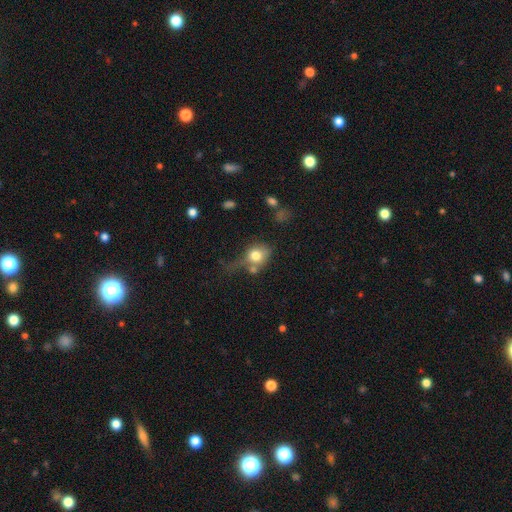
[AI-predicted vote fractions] A smooth galaxy with no disk features (73%) that is round (58%).

Vote fractions:
- Smooth or featured? smooth: 73% / featured or disk: 17% / star or artifact: 10%
- How rounded? round: 58% / in between: 40% / cigar-shaped: 2%
- Merging? none: 37% / minor disturbance: 24% / major disturbance: 20% / merger: 19%